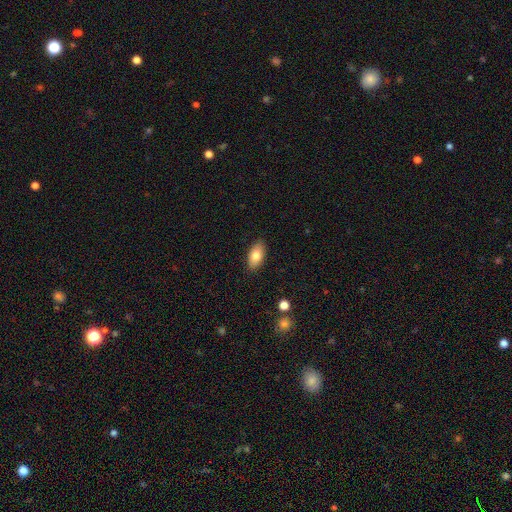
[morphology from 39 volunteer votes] This is likely a smooth galaxy (79%). How rounded: clearly in between (94%). Merging: likely none (70%).